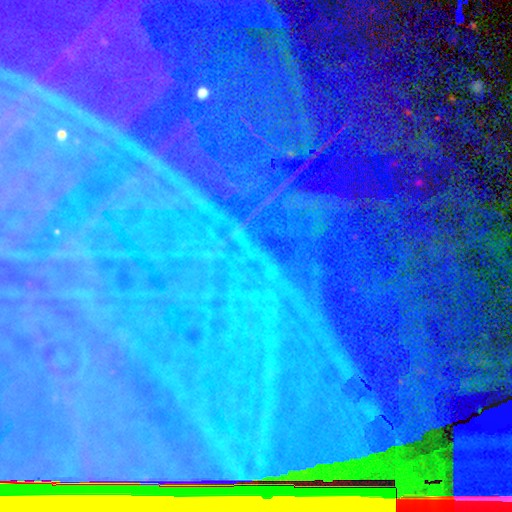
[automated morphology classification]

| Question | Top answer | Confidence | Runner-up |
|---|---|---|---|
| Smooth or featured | star or artifact | 86% | featured or disk (7%) |